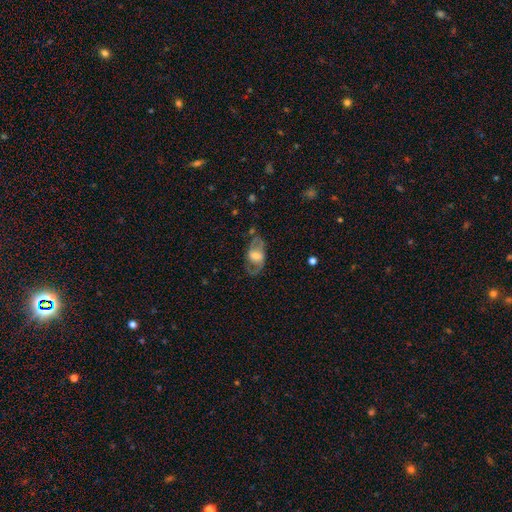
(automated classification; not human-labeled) smooth-or-featured: featured or disk: 60% | smooth: 33% | star or artifact: 7%
  disk-edge-on: no: 92% | yes: 8%
    bar: weak: 42% | no: 38% | strong: 19%
    has-spiral-arms: yes: 63% | no: 37%
    bulge-size: moderate: 42% | large: 24% | small: 24% | none: 7% | dominant: 2%
  merging: none: 58% | minor disturbance: 21% | major disturbance: 18% | merger: 3%